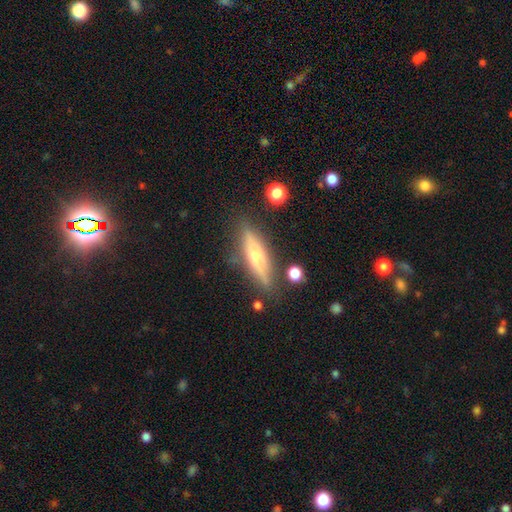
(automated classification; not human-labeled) The model was most divided on "smooth or featured": featured or disk: 51%, smooth: 42%, star or artifact: 7%. More confident: edge-on disk — yes (90%); merging — none (79%).